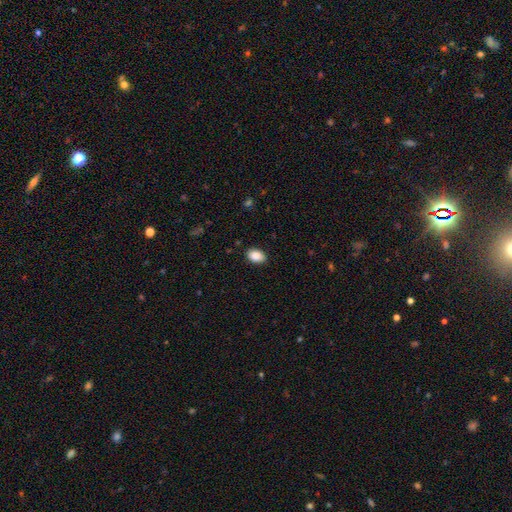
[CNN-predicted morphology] This is clearly a smooth galaxy (89%). How rounded: clearly in between (86%). Merging: clearly none (87%).